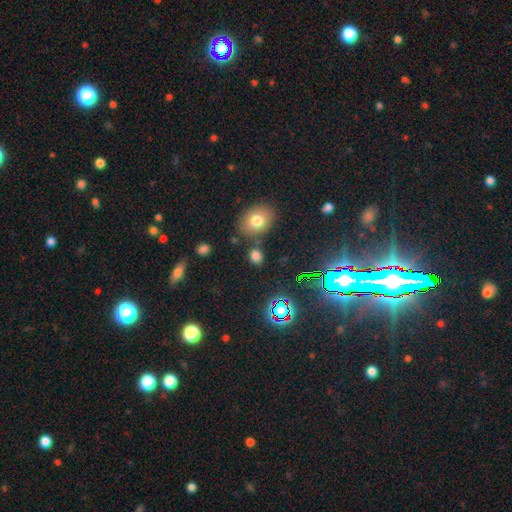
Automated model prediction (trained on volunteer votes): This appears to be a smooth galaxy with no disk features (74%) that is round (68%). Merging: none (78%).